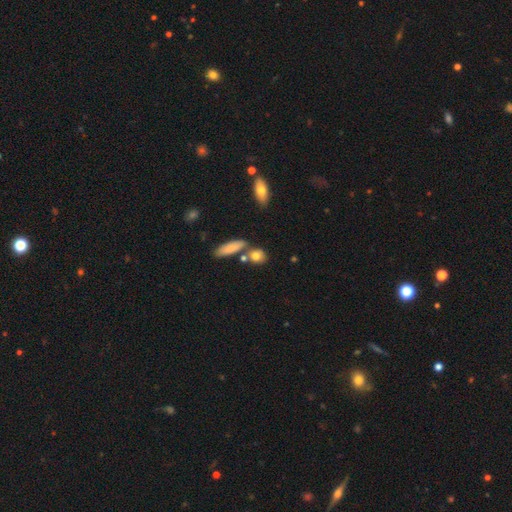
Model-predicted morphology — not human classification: The model was most divided on "how rounded": round: 52%, in between: 38%, cigar-shaped: 9%. More confident: smooth or featured — smooth (80%); merging — none (65%).